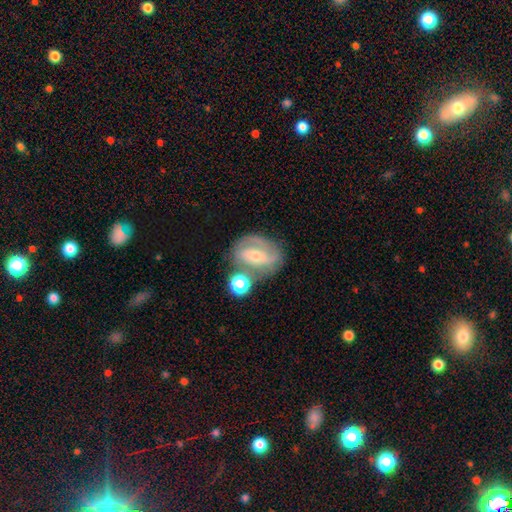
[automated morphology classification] Overall: featured or disk (71%). Edge-on disk: no (96%). Bar: weak (39%; strong 33%). Spiral arms: yes (82%). Spiral arm count: 2 (66%). Spiral winding: medium (43%; tight 39%). Bulge size: moderate (51%; small 44%). Merging: none (55%; minor disturbance 19%).